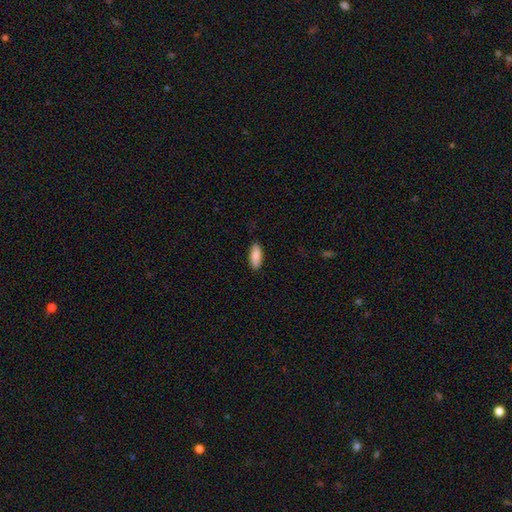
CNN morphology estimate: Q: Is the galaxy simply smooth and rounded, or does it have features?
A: smooth — 88%.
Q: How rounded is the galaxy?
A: in between — 74%.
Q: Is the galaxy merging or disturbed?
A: none — 86%.